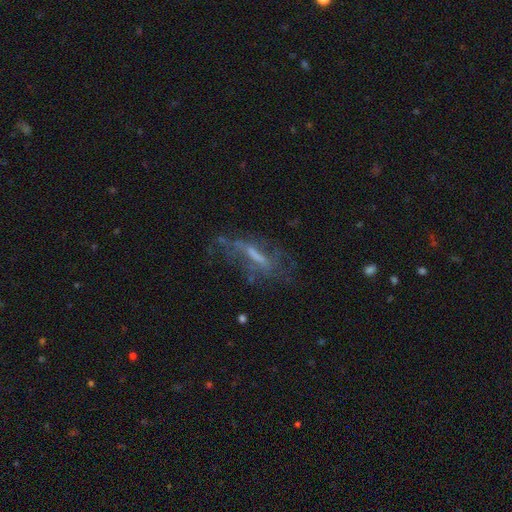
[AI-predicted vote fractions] The model was most divided on "merging": none: 48%, major disturbance: 26%, minor disturbance: 22%, merger: 4%. More confident: edge-on disk — no (70%); smooth or featured — featured or disk (61%).